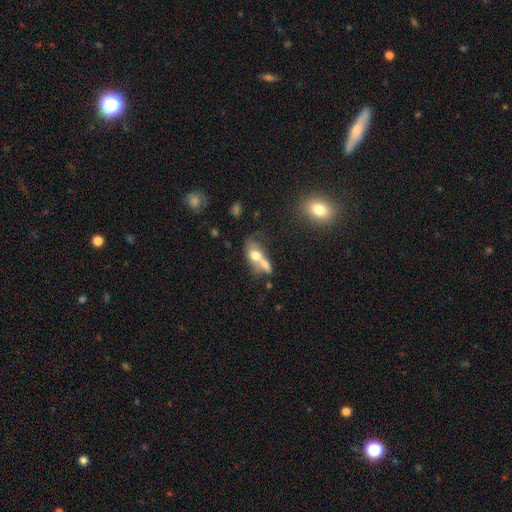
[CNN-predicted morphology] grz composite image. It shows a smooth galaxy with no disk features (64%) that is in between round and cigar-shaped (70%). Merging: merger (67%).